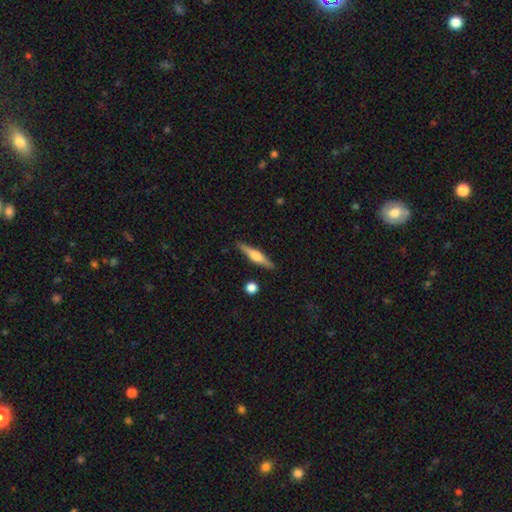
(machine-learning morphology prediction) Overall: featured or disk (59%; smooth 35%). Edge-on disk: yes (97%). Edge-on bulge: rounded (81%). Merging: none (88%).